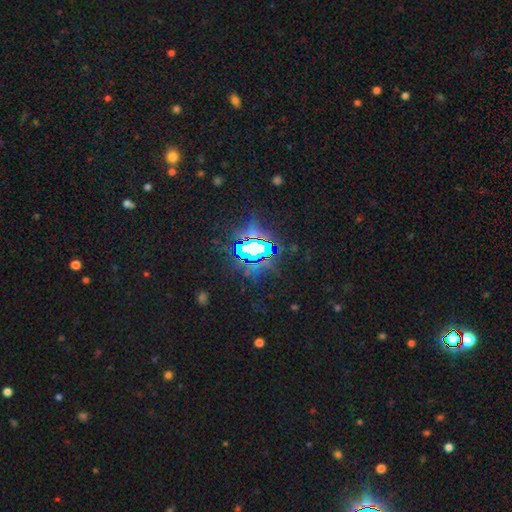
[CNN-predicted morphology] Overall: star or artifact (80%).